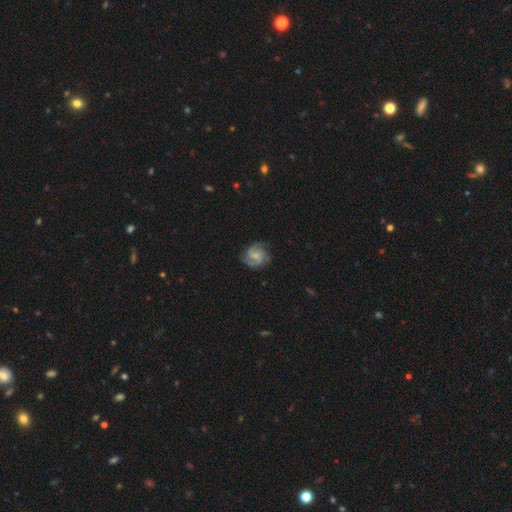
Morphology: type=featured or disk (95%); edge-on=no (100%); bar=no (76%); spiral arms=yes (100%); winding=medium (54%); arm count=2 (78%); bulge=small (62%); merging=none (84%).